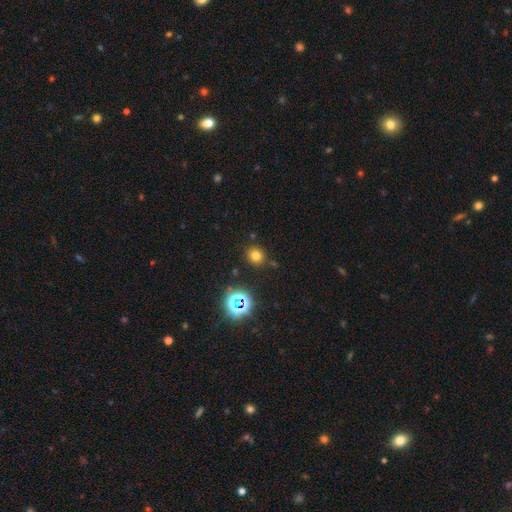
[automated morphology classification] type=smooth (72%); roundness=round (82%); merging=none (84%).